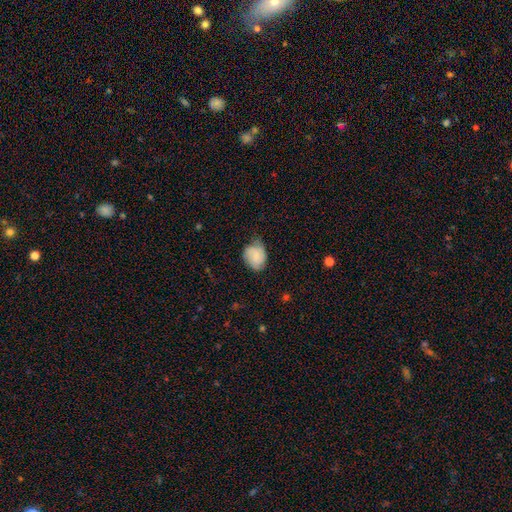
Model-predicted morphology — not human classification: Smooth or featured? smooth (69%)
How rounded? in between (50%)
Merging? none (54%)